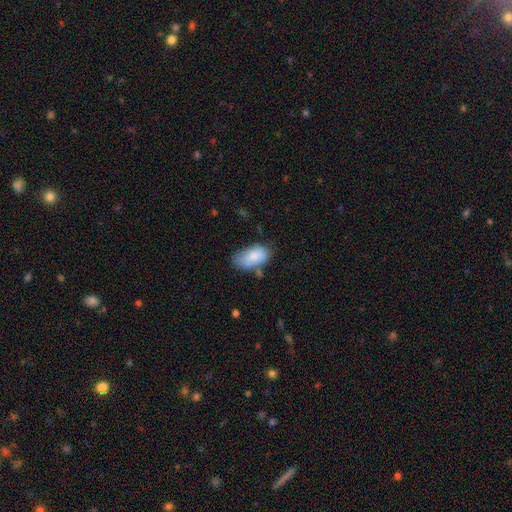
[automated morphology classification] smooth_or_featured: smooth (p=0.81) [alt: featured or disk p=0.12]
how_rounded: in between (p=0.94) [alt: round p=0.04]
merging: none (p=0.49) [alt: minor disturbance p=0.32]